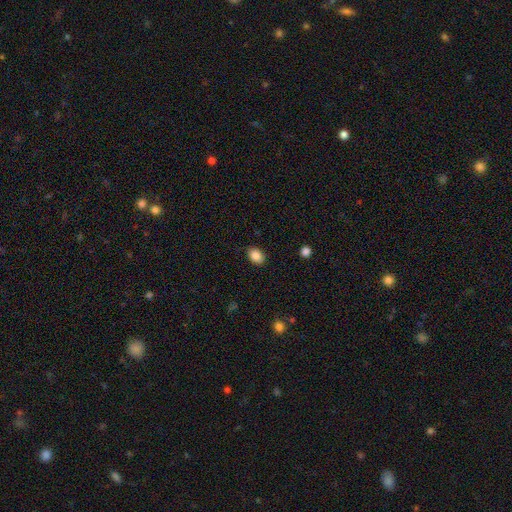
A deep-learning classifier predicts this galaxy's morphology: Smooth or featured?
  - smooth: 87% *
  - star or artifact: 9%
  - featured or disk: 5%
How rounded?
  - in between: 74% *
  - round: 25%
  - cigar-shaped: 1%
Merging?
  - none: 88% *
  - minor disturbance: 9%
  - major disturbance: 2%
  - merger: 1%